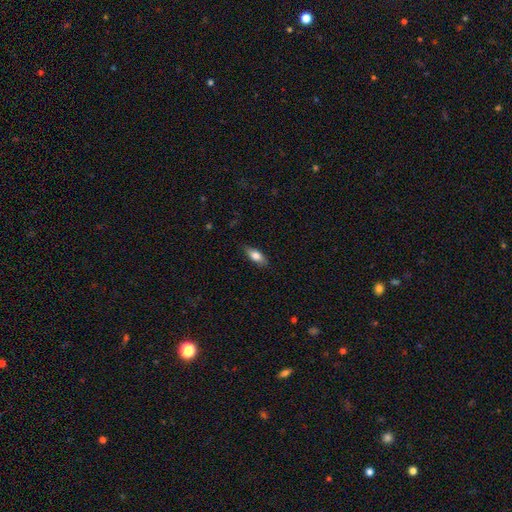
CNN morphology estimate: type=smooth (78%); roundness=in between (81%); merging=none (82%).